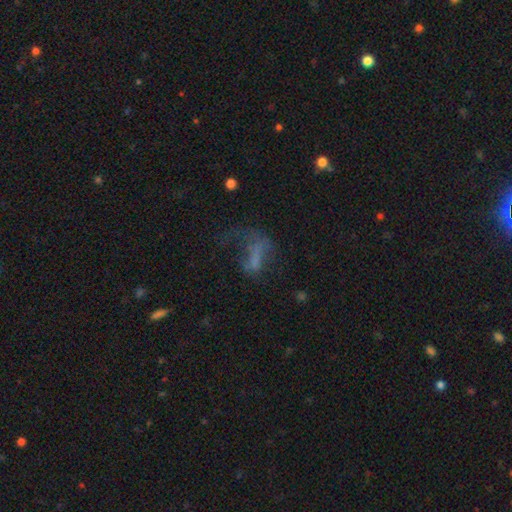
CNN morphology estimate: smooth-or-featured: smooth: 42% | featured or disk: 35% | star or artifact: 23%
  merging: major disturbance: 50% | none: 28% | minor disturbance: 16% | merger: 6%